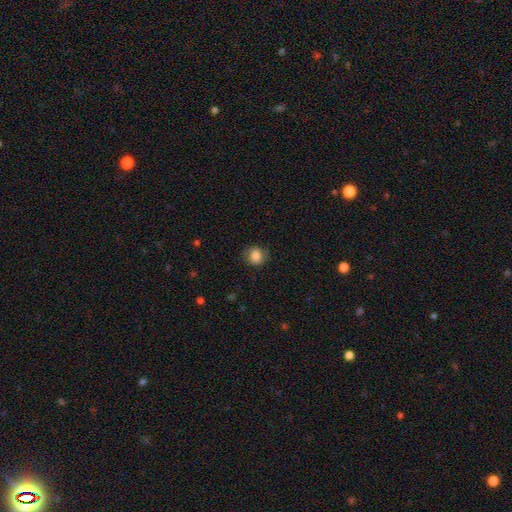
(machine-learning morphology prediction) The model was most divided on "how rounded": round: 77%, in between: 22%, cigar-shaped: 1%. More confident: smooth or featured — smooth (83%); merging — none (81%).